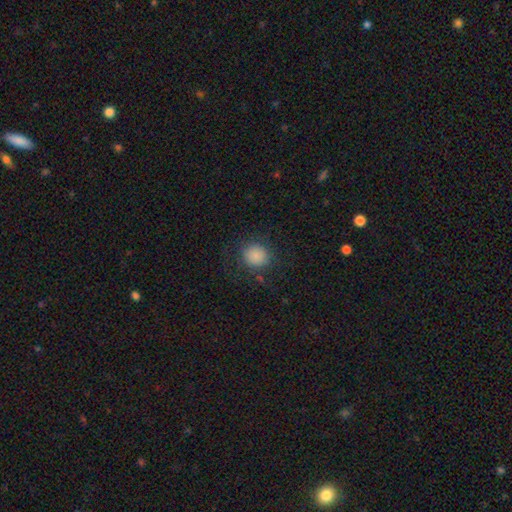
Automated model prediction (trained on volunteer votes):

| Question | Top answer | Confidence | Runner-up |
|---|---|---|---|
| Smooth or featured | smooth | 84% | star or artifact (10%) |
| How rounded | round | 85% | in between (14%) |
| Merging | none | 77% | minor disturbance (13%) |